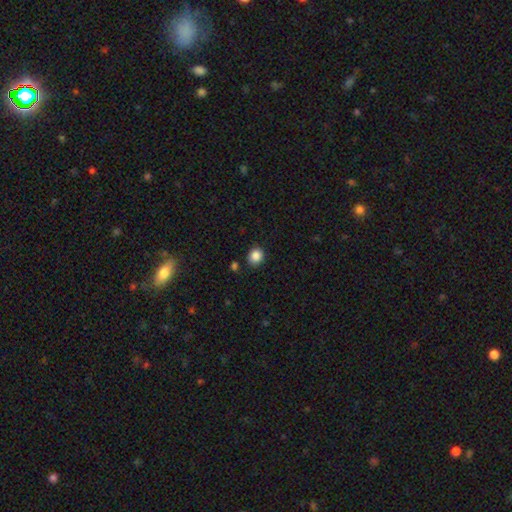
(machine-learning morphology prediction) Q: Smooth or featured?
A: smooth (87%); runner-up: star or artifact (10%)
Q: How rounded?
A: round (72%); runner-up: in between (27%)
Q: Merging?
A: none (87%); runner-up: minor disturbance (8%)